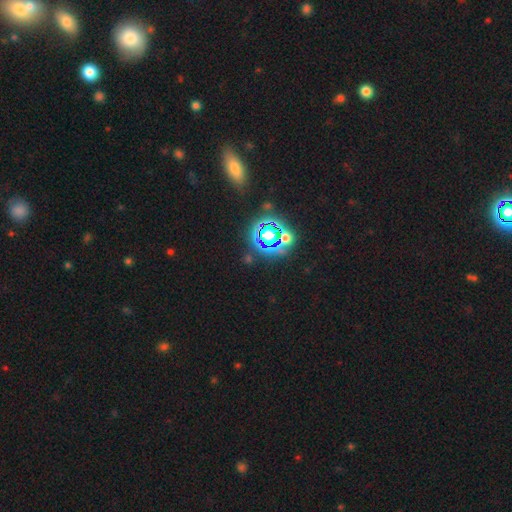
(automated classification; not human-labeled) Overall: star or artifact (75%).